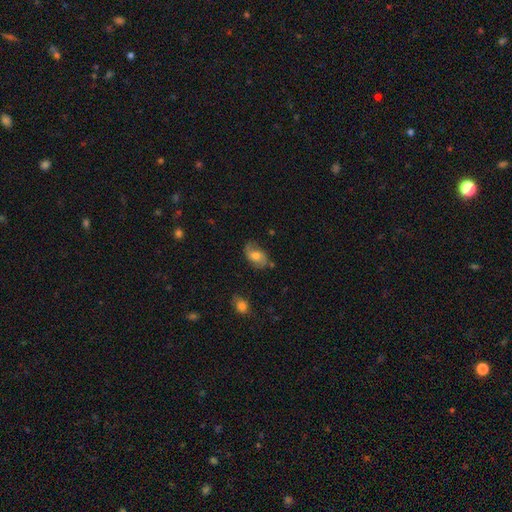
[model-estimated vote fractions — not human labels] A smooth galaxy with no disk features (50%). Merging: none (68%).